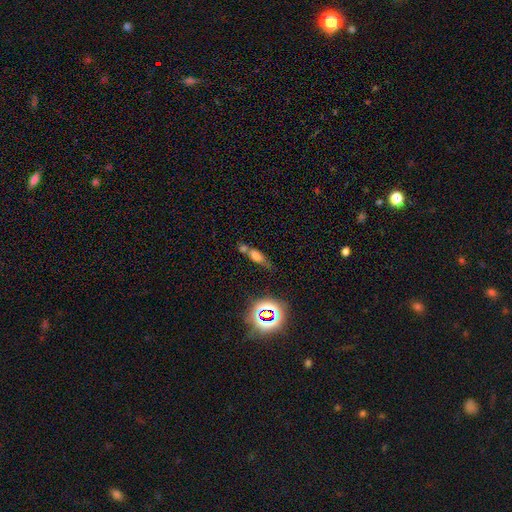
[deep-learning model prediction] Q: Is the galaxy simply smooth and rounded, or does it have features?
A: smooth — 60%.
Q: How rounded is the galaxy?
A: in between — 60%.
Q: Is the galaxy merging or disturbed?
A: none — 41%.